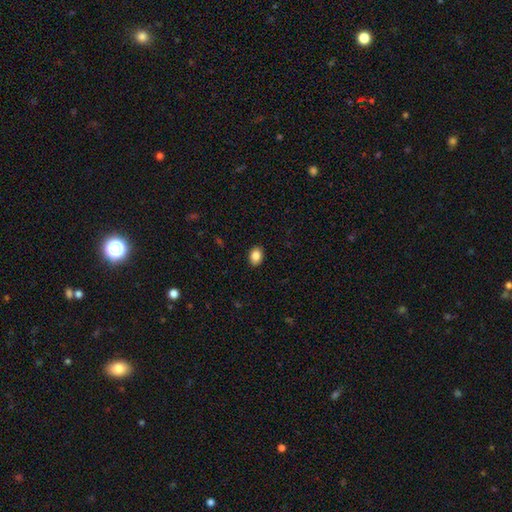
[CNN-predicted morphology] Smooth or featured: smooth — 86% (star or artifact — 9%)
How rounded: in between — 75% (round — 24%)
Merging: none — 90% (minor disturbance — 7%)